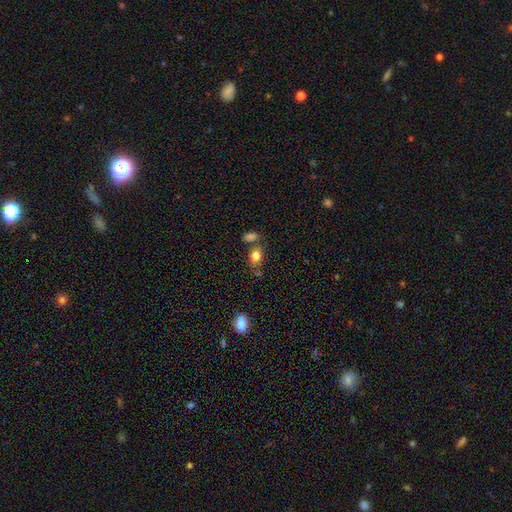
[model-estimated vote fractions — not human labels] The model was most divided on "merging": none: 61%, merger: 18%, minor disturbance: 16%, major disturbance: 5%. More confident: smooth or featured — smooth (81%); how rounded — in between (75%).